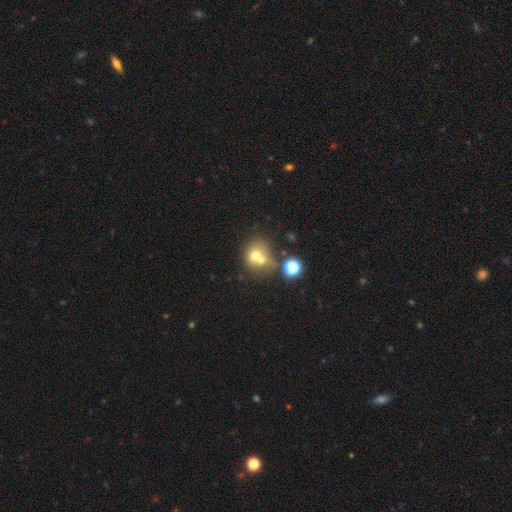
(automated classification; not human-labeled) The model was most divided on "merging": merger: 57%, none: 31%, minor disturbance: 8%, major disturbance: 5%. More confident: how rounded — round (73%); smooth or featured — smooth (63%).